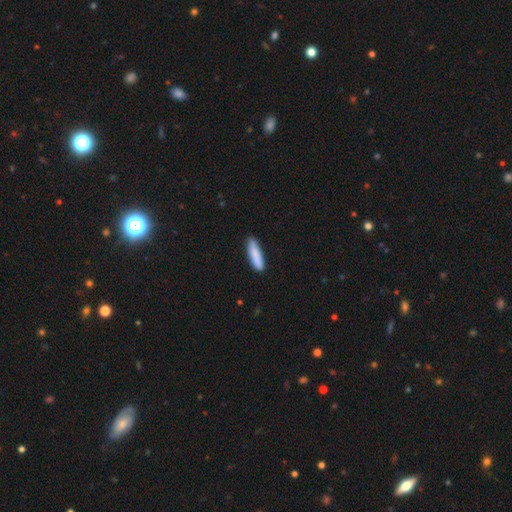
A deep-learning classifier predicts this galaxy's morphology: A smooth galaxy with no disk features (87%) that is cigar-shaped (74%). Merging: none (87%).